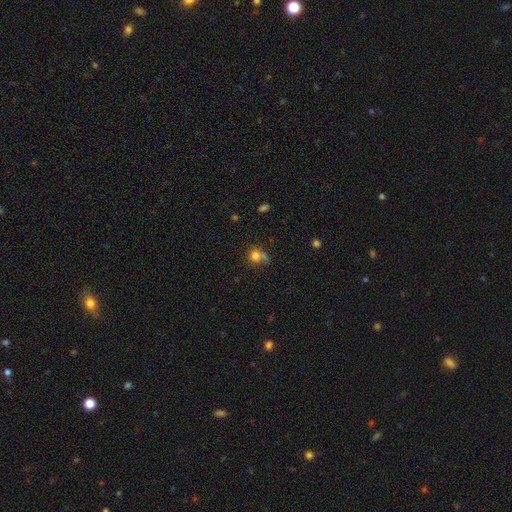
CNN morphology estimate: Q: Smooth or featured?
A: smooth (76%); runner-up: star or artifact (12%)
Q: How rounded?
A: round (77%); runner-up: in between (22%)
Q: Merging?
A: none (43%); runner-up: merger (21%)